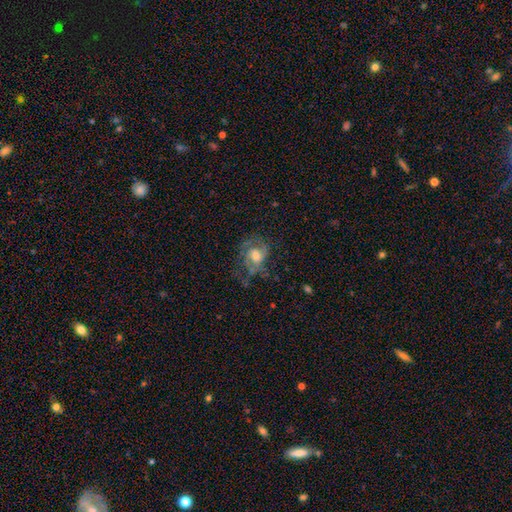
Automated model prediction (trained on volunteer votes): Morphology: type=featured or disk (69%); edge-on=no (97%); bar=no (60%); spiral arms=yes (84%); winding=medium (45%); arm count=2 (47%); bulge=moderate (48%); merging=none (50%).